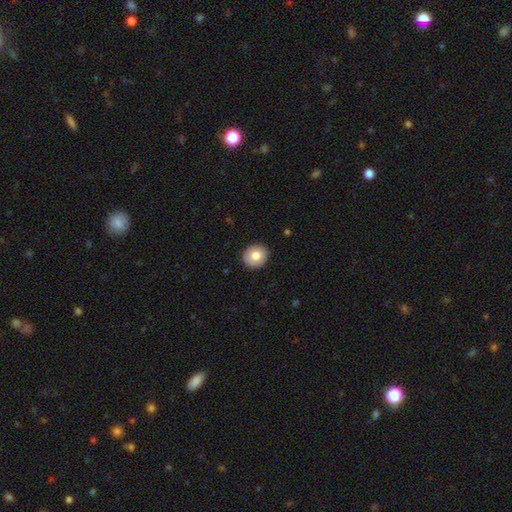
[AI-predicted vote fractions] The model was most divided on "how rounded": round: 80%, in between: 19%, cigar-shaped: 1%. More confident: merging — none (91%); smooth or featured — smooth (80%).